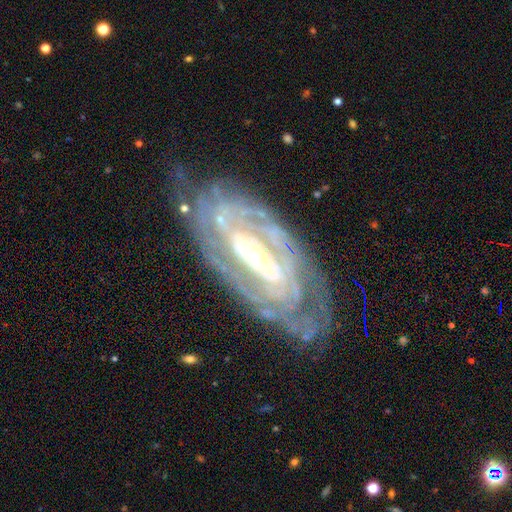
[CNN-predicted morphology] A featured or disk galaxy (87%) with a strong bar (44%), tight (73%) spiral arms (91%) and a small central bulge (59%).

Vote fractions:
- Smooth or featured? featured or disk: 87% / smooth: 7% / star or artifact: 6%
- Edge-on disk? no: 92% / yes: 8%
- Bar? strong: 44% / weak: 32% / no: 24%
- Spiral arms? yes: 91% / no: 9%
- Spiral winding? tight: 73% / medium: 22% / loose: 5%
- Spiral arm count? can't tell: 39% / 2: 30% / 3: 12% / 4: 8% / more than 4: 6% / 1: 5%
- Bulge size? small: 59% / moderate: 35% / large: 4% / none: 2% / dominant: 1%
- Merging? none: 73% / minor disturbance: 18% / major disturbance: 8% / merger: 2%